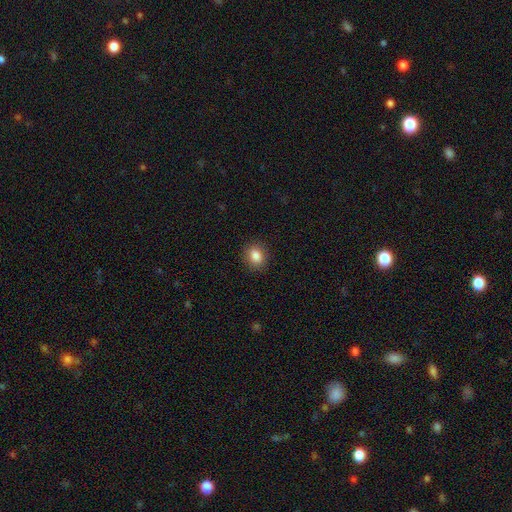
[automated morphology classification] A smooth galaxy with no disk features (85%) that is round (62%).

Vote fractions:
- Smooth or featured? smooth: 85% / star or artifact: 10% / featured or disk: 5%
- How rounded? round: 62% / in between: 37% / cigar-shaped: 1%
- Merging? none: 89% / minor disturbance: 8% / major disturbance: 2% / merger: 1%